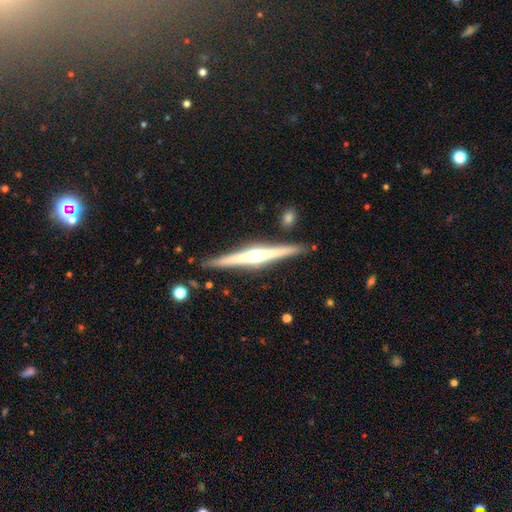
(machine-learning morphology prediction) Smooth or featured: featured or disk — 78% (smooth — 17%)
Edge-on disk: yes — 98% (no — 2%)
Edge-on bulge: rounded — 87% (boxy — 6%)
Merging: none — 88% (minor disturbance — 8%)